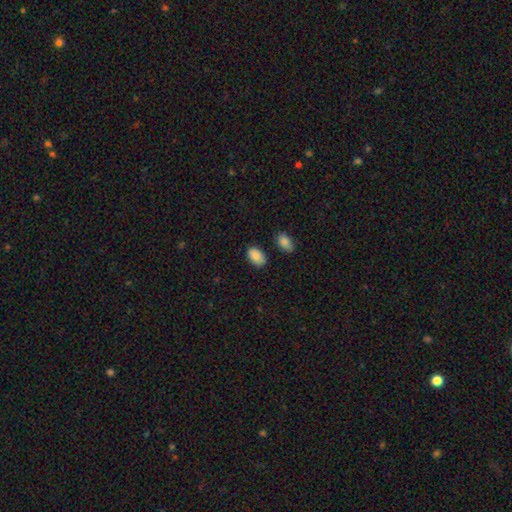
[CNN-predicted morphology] smooth 89%, star or artifact 7%, featured or disk 4%. Down the decision tree: how rounded — in between (92%); merging — none (80%).